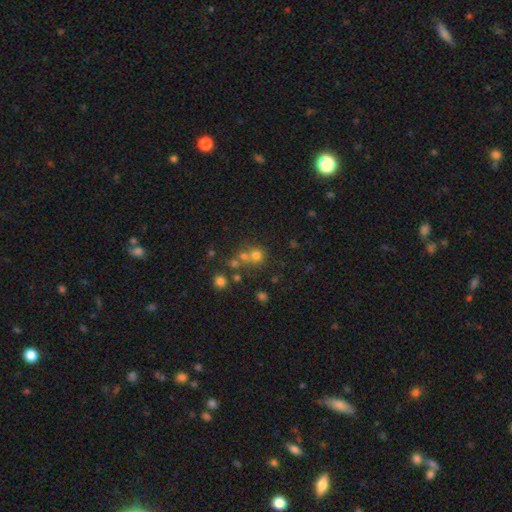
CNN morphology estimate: type=smooth (67%); roundness=round (86%); merging=none (48%).